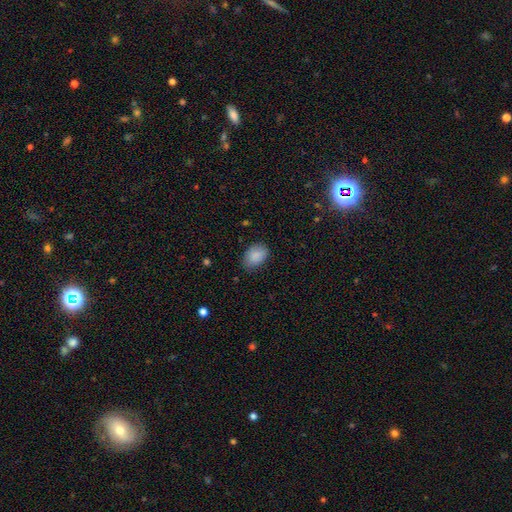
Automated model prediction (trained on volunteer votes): A smooth galaxy with no disk features (88%) that is in between round and cigar-shaped (86%). Merging: none (76%).